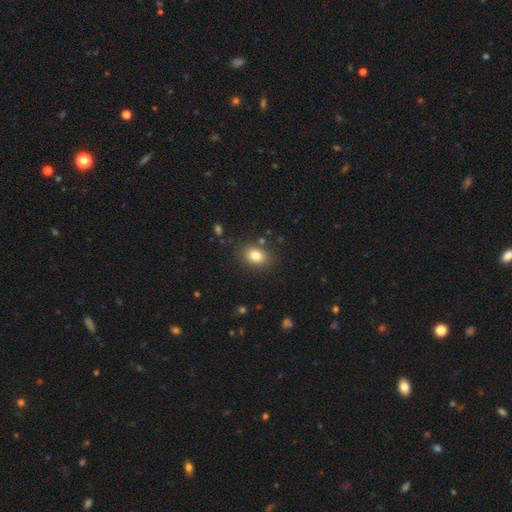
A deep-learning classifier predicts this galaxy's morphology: type=smooth (81%); roundness=in between (63%); merging=none (84%).